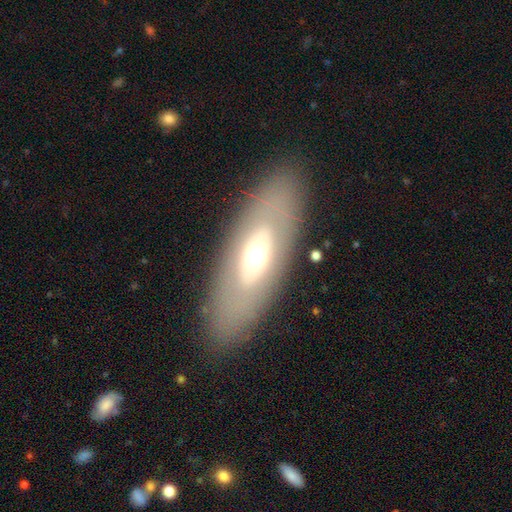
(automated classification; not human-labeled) A smooth galaxy with no disk features (47%).

Vote fractions:
- Smooth or featured? smooth: 47% / featured or disk: 46% / star or artifact: 7%
- Merging? none: 86% / minor disturbance: 9% / major disturbance: 4% / merger: 1%